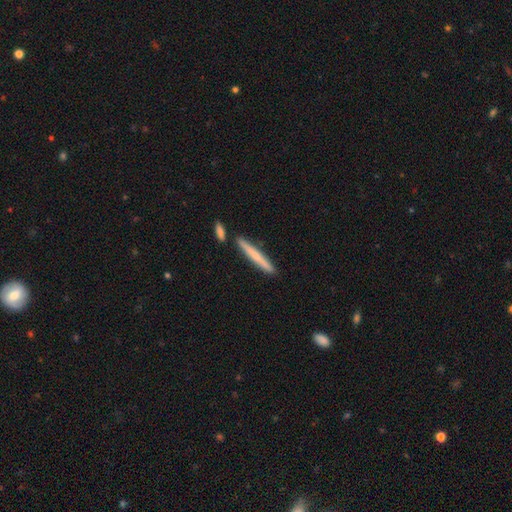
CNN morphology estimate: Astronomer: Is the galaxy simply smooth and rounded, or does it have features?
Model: smooth — 63%.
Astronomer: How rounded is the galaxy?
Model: cigar-shaped — 96%.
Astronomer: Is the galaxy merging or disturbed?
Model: none — 82%.